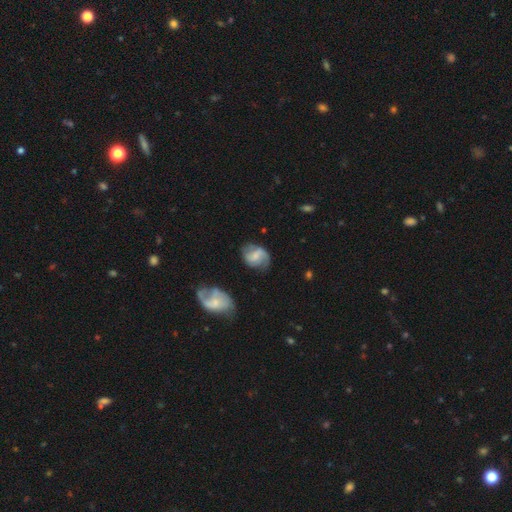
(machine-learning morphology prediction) A featured or disk galaxy (55%) with a weak bar (51%), spiral arms (85%) and a small central bulge (42%).

Vote fractions:
- Smooth or featured? featured or disk: 55% / smooth: 38% / star or artifact: 8%
- Edge-on disk? no: 96% / yes: 4%
- Bar? weak: 51% / no: 33% / strong: 16%
- Spiral arms? yes: 85% / no: 15%
- Bulge size? small: 42% / moderate: 31% / none: 23% / large: 4% / dominant: 1%
- Merging? none: 62% / minor disturbance: 24% / major disturbance: 10% / merger: 3%